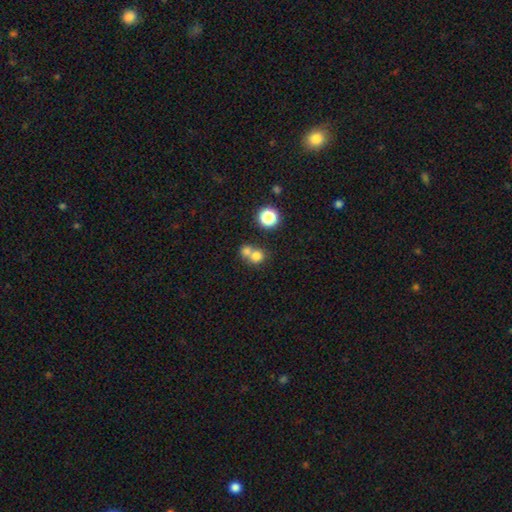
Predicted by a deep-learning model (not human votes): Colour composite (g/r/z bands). It shows a smooth galaxy with no disk features (75%) that is round (81%). Merging: merger (53%).